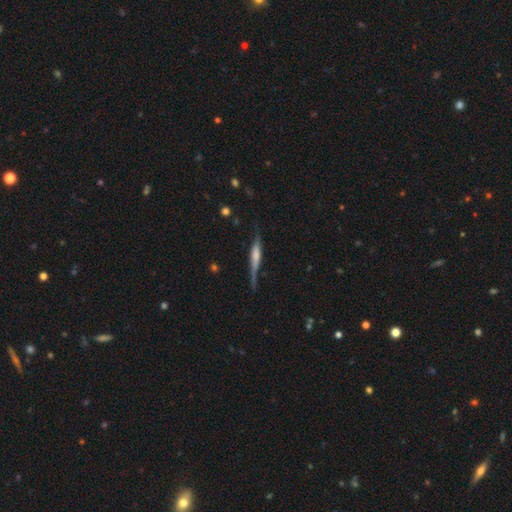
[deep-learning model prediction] Smooth or featured? featured or disk (58%)
Edge-on disk? yes (93%)
Edge-on bulge? rounded (46%)
Merging? none (66%)